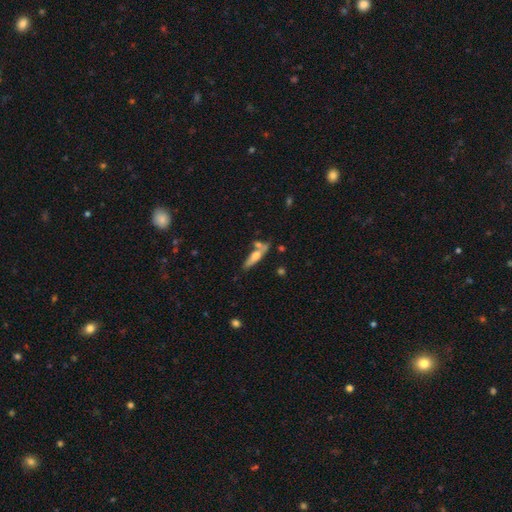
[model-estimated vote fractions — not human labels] Smooth or featured? Predicted: smooth (p=0.49). Merging? Predicted: none (p=0.58).